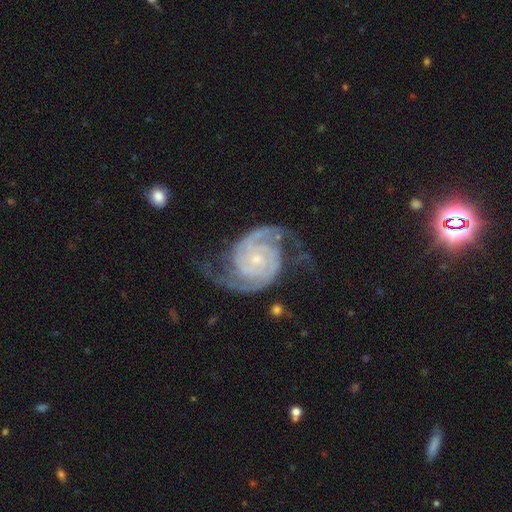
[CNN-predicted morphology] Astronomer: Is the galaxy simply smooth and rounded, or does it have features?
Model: featured or disk — 92%.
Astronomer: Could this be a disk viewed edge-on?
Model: no — 98%.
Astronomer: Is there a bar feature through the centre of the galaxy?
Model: no — 69%.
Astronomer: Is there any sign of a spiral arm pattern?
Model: yes — 99%.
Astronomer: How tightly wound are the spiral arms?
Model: tight — 51% (runner-up: medium, 41%).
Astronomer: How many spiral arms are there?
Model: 2 — 88%.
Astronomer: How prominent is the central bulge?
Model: small — 78%.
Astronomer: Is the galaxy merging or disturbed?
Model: none — 73%.